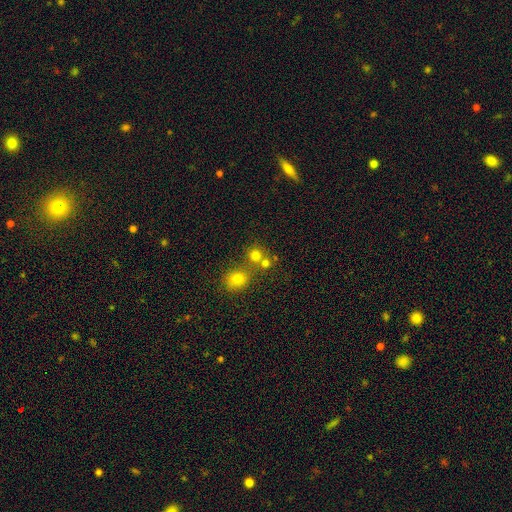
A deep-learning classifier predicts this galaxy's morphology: This is likely a smooth galaxy (73%). How rounded: clearly round (86%). Merging: possibly none (54%).